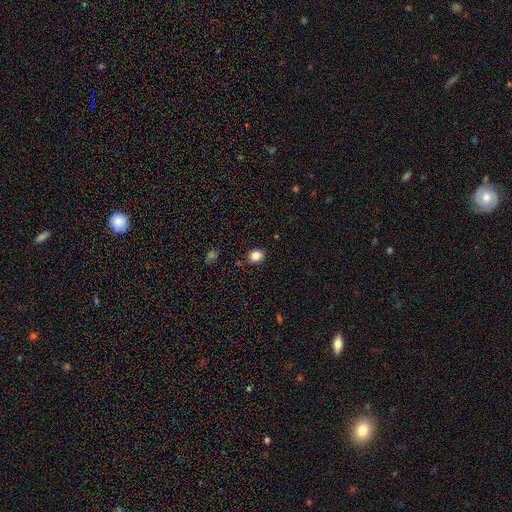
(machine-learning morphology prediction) type=smooth (84%); roundness=round (66%); merging=none (89%).